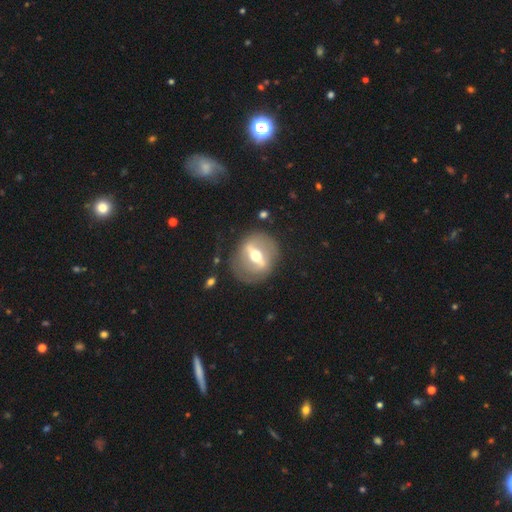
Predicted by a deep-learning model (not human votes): This appears to be a featured or disk galaxy (77%) with a strong bar (77%), no spiral arms (74%) and a moderate central bulge (72%). Merging: none (81%).